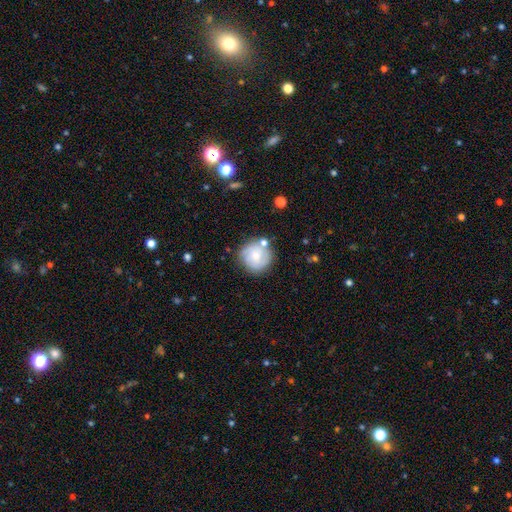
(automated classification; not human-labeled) The model was most divided on "smooth or featured": smooth: 48%, featured or disk: 44%, star or artifact: 8%. More confident: merging — none (68%).